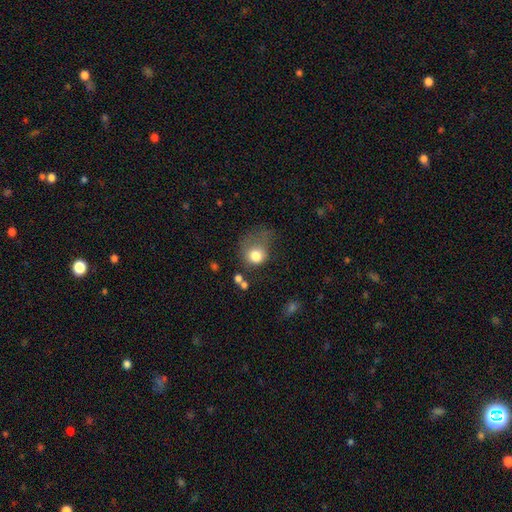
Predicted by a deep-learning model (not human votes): smooth-or-featured: smooth: 76% | featured or disk: 14% | star or artifact: 10%
  how-rounded: round: 68% | in between: 31% | cigar-shaped: 1%
  merging: major disturbance: 47% | minor disturbance: 26% | none: 20% | merger: 7%